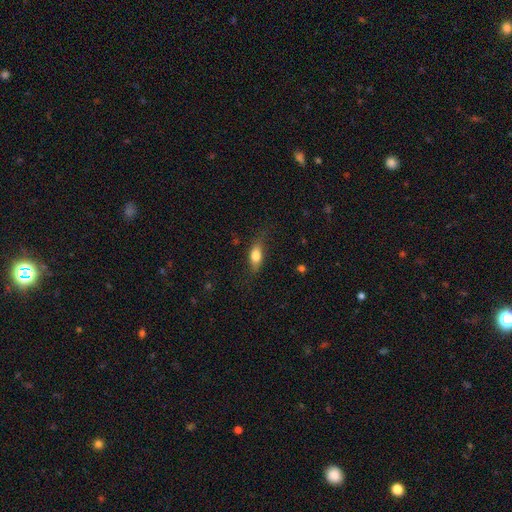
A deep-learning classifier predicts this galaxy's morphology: The model was most divided on "merging": none: 70%, minor disturbance: 21%, major disturbance: 8%, merger: 1%. More confident: smooth or featured — smooth (73%); how rounded — in between (73%).